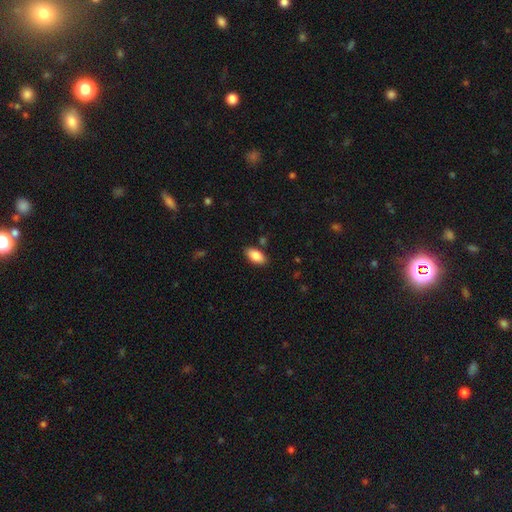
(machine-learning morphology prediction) This is clearly a smooth galaxy (86%). How rounded: clearly in between (93%). Merging: clearly none (86%).